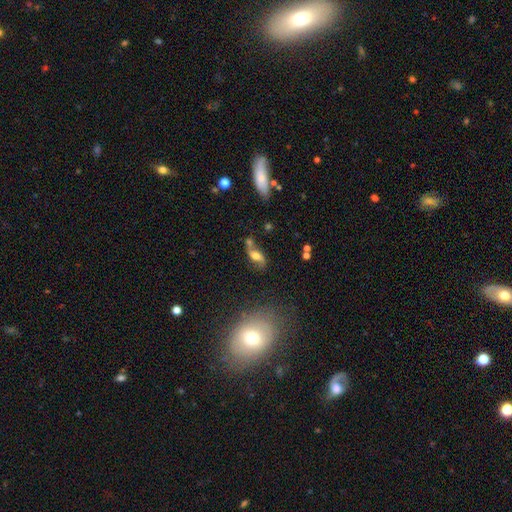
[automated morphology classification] The model was most divided on "bar": no: 51%, weak: 35%, strong: 14%. Remaining: edge-on disk — no (86%); spiral arms — yes (82%); smooth or featured — featured or disk (59%); merging — none (52%); bulge size — moderate (50%).